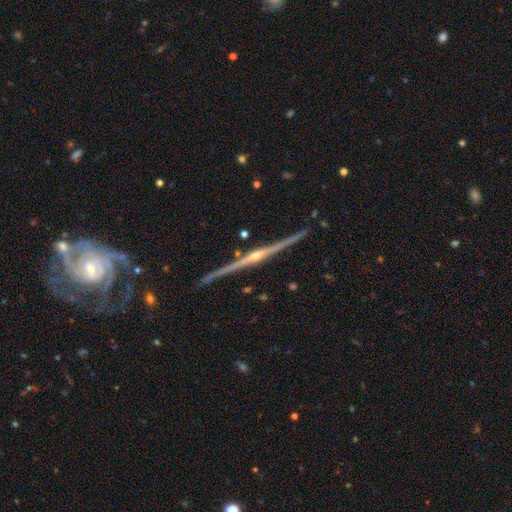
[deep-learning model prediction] Morphology: type=featured or disk (90%); edge-on=yes (97%); edge-on bulge=rounded (82%); merging=none (83%).